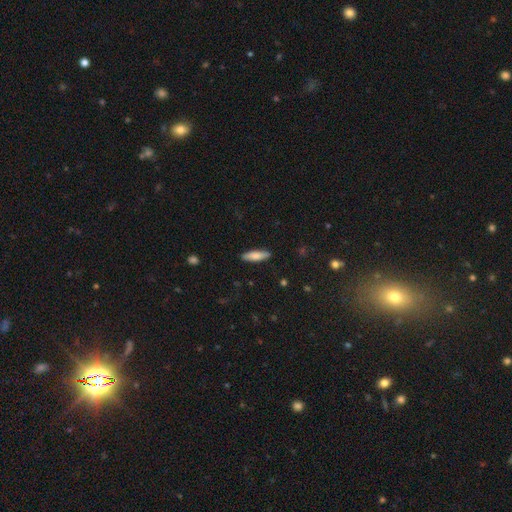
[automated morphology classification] Overall: smooth (80%). How rounded: cigar-shaped (64%; in between 34%). Merging: none (88%).